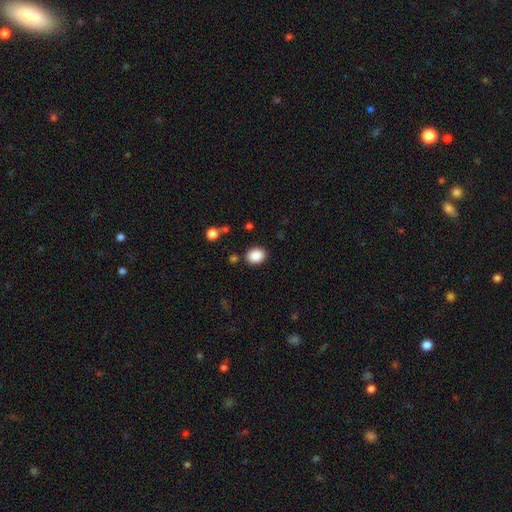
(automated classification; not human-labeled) smooth 88%, star or artifact 9%, featured or disk 3%. Down the decision tree: how rounded — in between (57%); merging — none (85%).